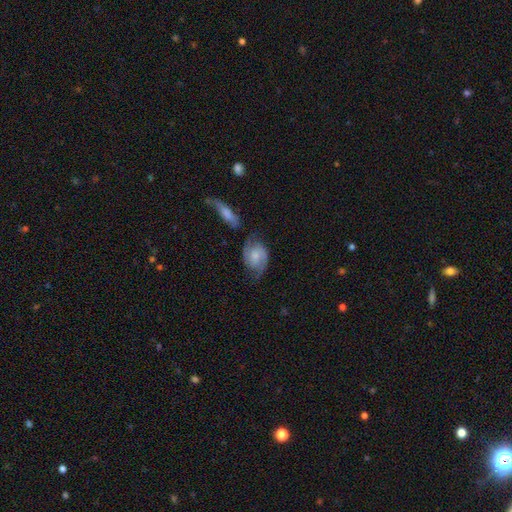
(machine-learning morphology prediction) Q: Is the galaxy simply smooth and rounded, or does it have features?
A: featured or disk — 74%.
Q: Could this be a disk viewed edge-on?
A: no — 96%.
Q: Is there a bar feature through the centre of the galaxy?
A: no — 57%.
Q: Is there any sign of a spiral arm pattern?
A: yes — 95%.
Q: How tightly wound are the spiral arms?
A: medium — 50%.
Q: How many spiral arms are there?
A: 2 — 89%.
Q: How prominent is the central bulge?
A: small — 38%.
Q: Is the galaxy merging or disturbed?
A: none — 64%.